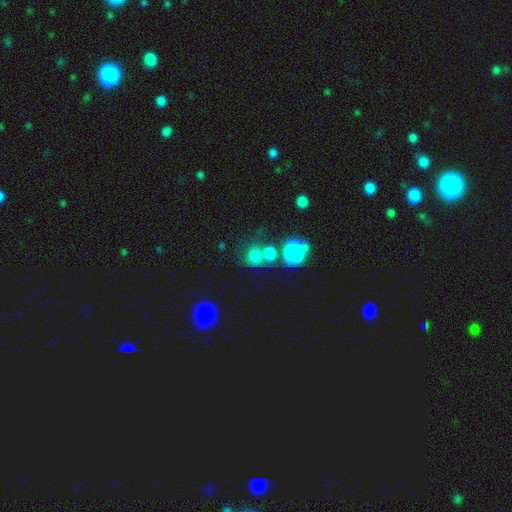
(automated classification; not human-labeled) smooth-or-featured: smooth: 71% | star or artifact: 19% | featured or disk: 10%
  how-rounded: round: 77% | in between: 22% | cigar-shaped: 1%
  merging: none: 49% | merger: 32% | minor disturbance: 12% | major disturbance: 7%